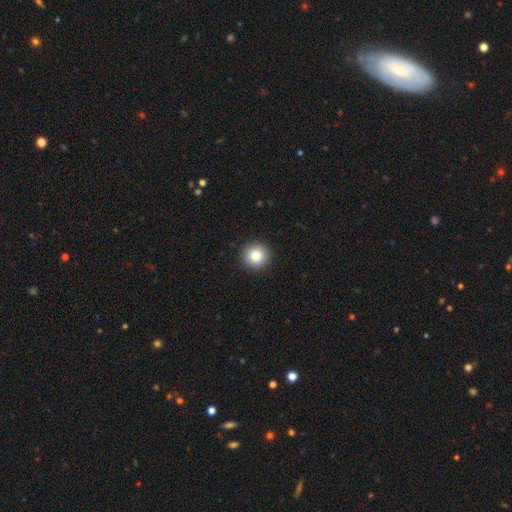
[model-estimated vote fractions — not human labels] Overall: smooth (84%). How rounded: round (94%). Merging: none (92%).